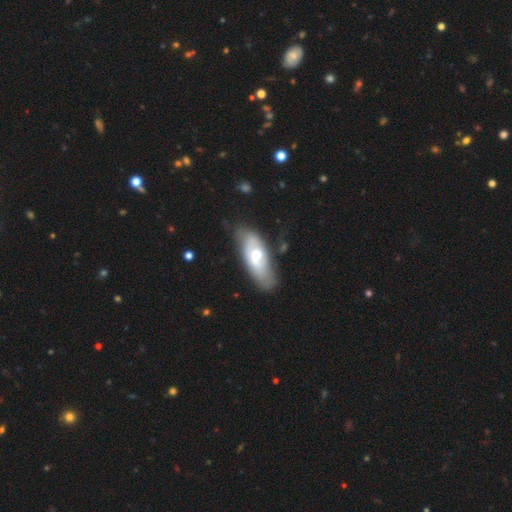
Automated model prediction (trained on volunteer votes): A featured or disk galaxy (51%). Merging: none (65%).